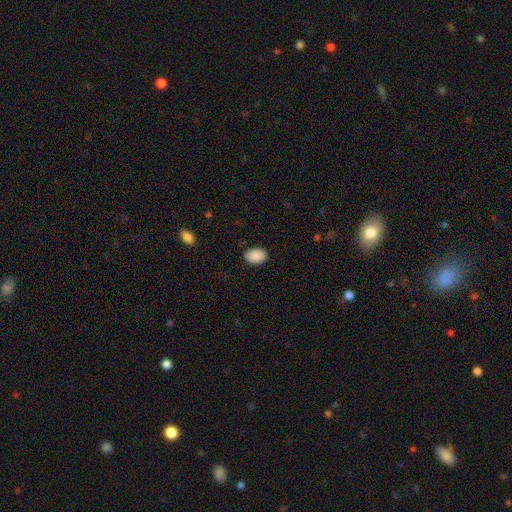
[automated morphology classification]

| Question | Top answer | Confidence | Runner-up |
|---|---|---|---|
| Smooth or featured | smooth | 90% | star or artifact (7%) |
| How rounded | in between | 84% | round (15%) |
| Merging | none | 87% | minor disturbance (10%) |